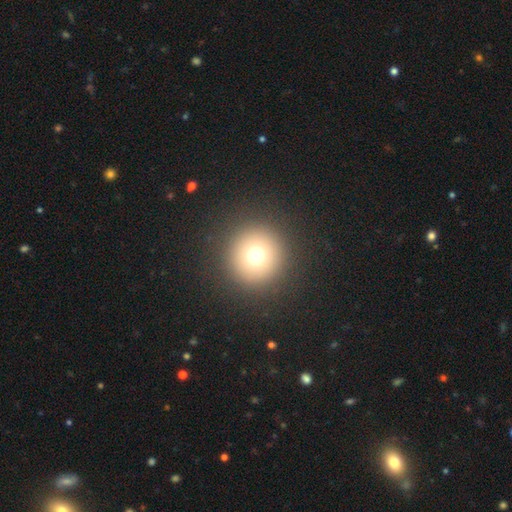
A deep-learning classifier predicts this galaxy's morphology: Q: Smooth or featured?
A: smooth (71%); runner-up: star or artifact (19%)
Q: How rounded?
A: round (96%); runner-up: in between (3%)
Q: Merging?
A: none (92%); runner-up: minor disturbance (4%)